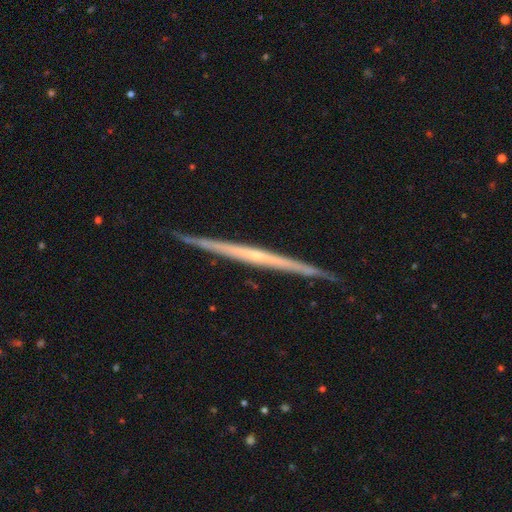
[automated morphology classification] Overall: featured or disk (77%). Edge-on disk: yes (98%). Edge-on bulge: none (71%). Merging: none (89%).